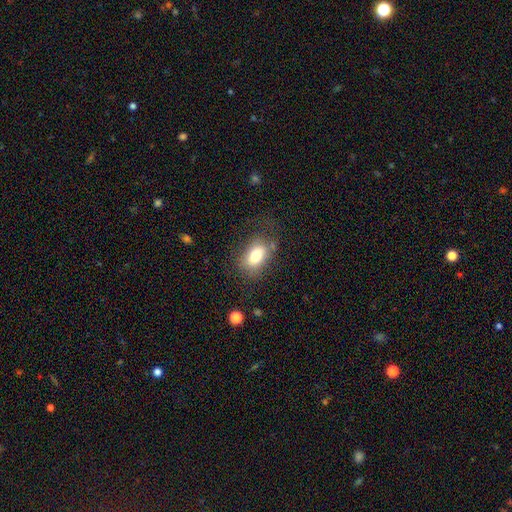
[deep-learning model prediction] smooth_or_featured: smooth (p=0.76) [alt: featured or disk p=0.15]
how_rounded: in between (p=0.86) [alt: round p=0.11]
merging: none (p=0.66) [alt: minor disturbance p=0.20]